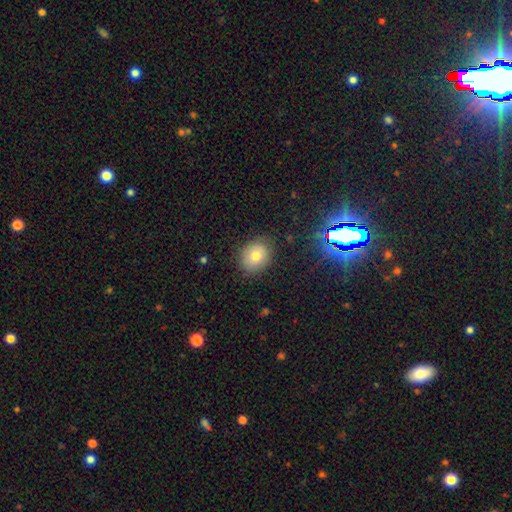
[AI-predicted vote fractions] smooth 74%, featured or disk 14%, star or artifact 12%. Down the decision tree: how rounded — round (51%); merging — none (83%).